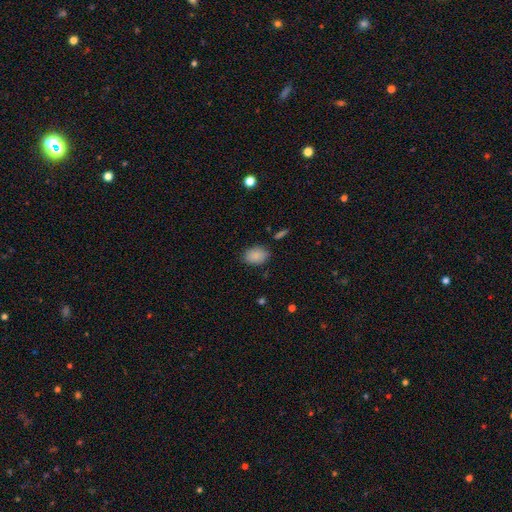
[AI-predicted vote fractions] Smooth or featured?
  - smooth: 88% *
  - star or artifact: 8%
  - featured or disk: 5%
How rounded?
  - in between: 80% *
  - round: 19%
  - cigar-shaped: 1%
Merging?
  - none: 81% *
  - minor disturbance: 13%
  - major disturbance: 3%
  - merger: 2%